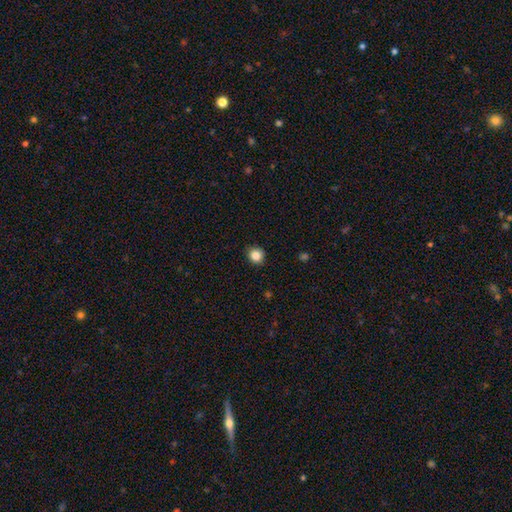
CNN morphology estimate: Smooth or featured? Predicted: smooth (p=0.84). How rounded? Predicted: round (p=0.86). Merging? Predicted: none (p=0.91).